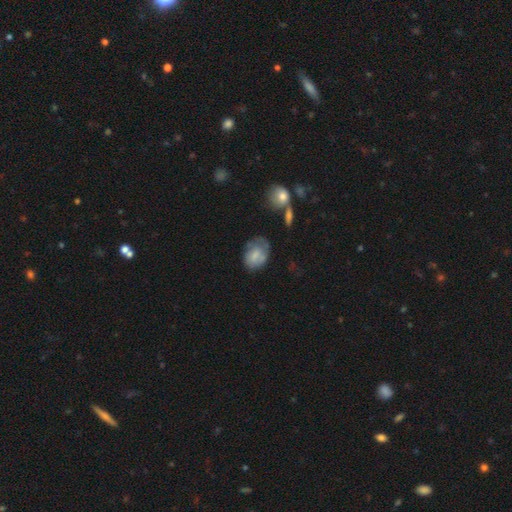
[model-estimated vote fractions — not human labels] The model was most divided on "merging": none: 50%, minor disturbance: 31%, major disturbance: 15%, merger: 4%. More confident: how rounded — in between (75%); smooth or featured — smooth (67%).